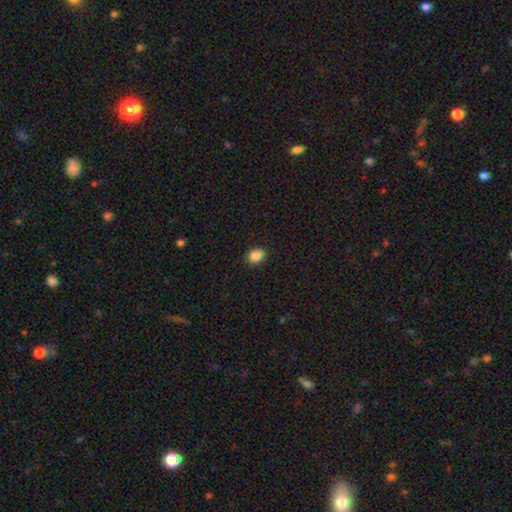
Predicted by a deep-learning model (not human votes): Overall: smooth (87%). How rounded: round (50%; in between 49%). Merging: none (90%).